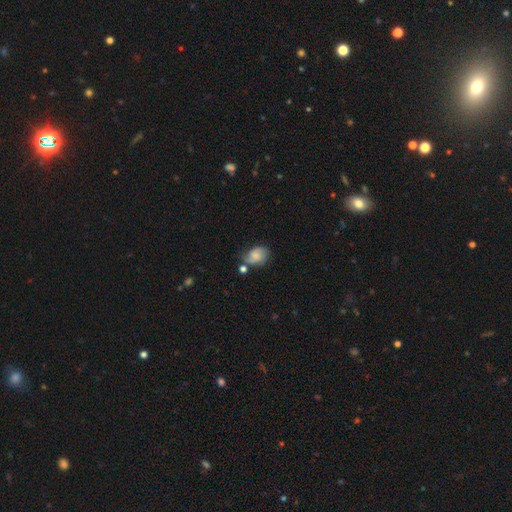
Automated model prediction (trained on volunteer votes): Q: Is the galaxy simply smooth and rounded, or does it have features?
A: smooth — 56%.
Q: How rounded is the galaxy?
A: in between — 65%.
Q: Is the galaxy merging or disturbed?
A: none — 52%.